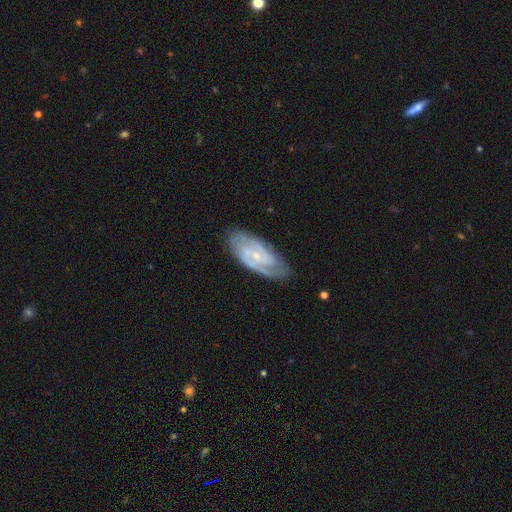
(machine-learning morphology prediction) Smooth or featured? Predicted: featured or disk (p=0.85). Edge-on disk? Predicted: no (p=0.95). Bar? Predicted: no (p=0.49). Spiral arms? Predicted: yes (p=0.97). Spiral winding? Predicted: tight (p=0.50). Spiral arm count? Predicted: 2 (p=0.59). Bulge size? Predicted: small (p=0.74). Merging? Predicted: none (p=0.78).